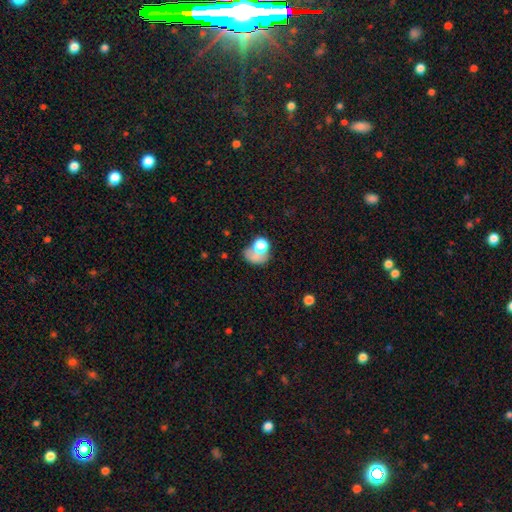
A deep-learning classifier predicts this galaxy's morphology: Smooth or featured?
  - smooth: 68% *
  - featured or disk: 18%
  - star or artifact: 14%
How rounded?
  - in between: 50% *
  - round: 48%
  - cigar-shaped: 1%
Merging?
  - none: 29% *
  - major disturbance: 27%
  - merger: 26%
  - minor disturbance: 18%